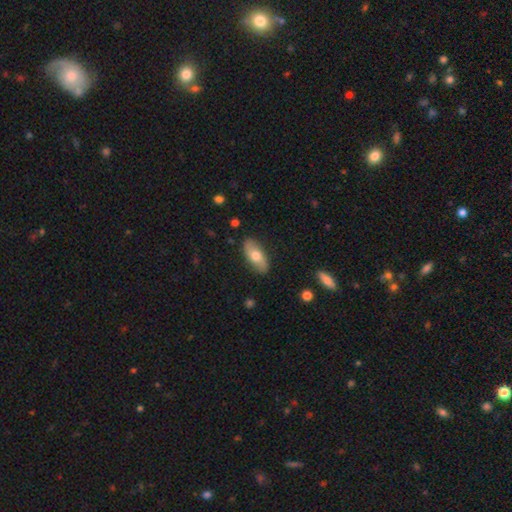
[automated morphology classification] Q: Smooth or featured?
A: smooth (62%); runner-up: featured or disk (32%)
Q: How rounded?
A: in between (87%); runner-up: cigar-shaped (10%)
Q: Merging?
A: none (85%); runner-up: minor disturbance (11%)